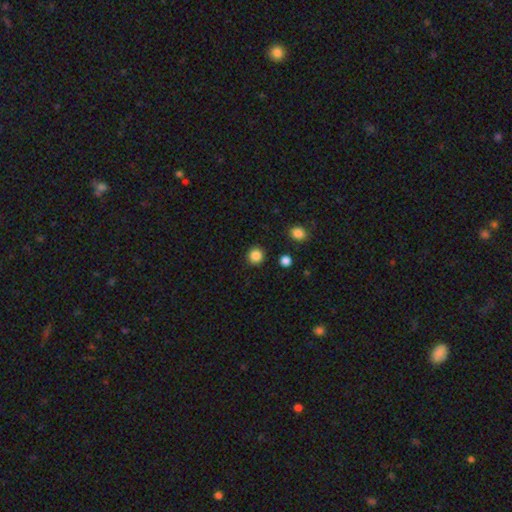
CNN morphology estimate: type=smooth (86%); roundness=round (93%); merging=none (91%).